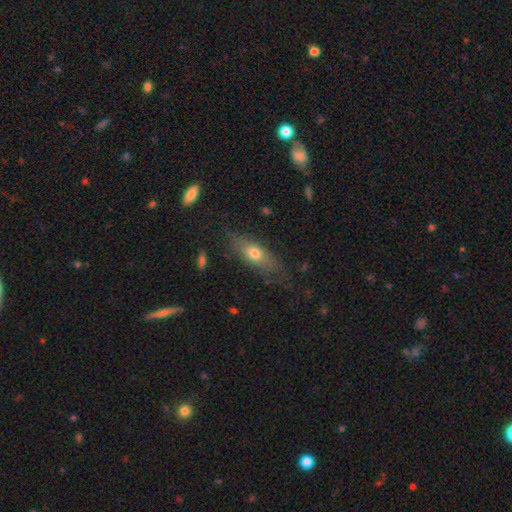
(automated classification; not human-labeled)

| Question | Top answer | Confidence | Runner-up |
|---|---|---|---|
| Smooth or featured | smooth | 55% | featured or disk (36%) |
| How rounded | in between | 57% | cigar-shaped (38%) |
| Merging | none | 70% | minor disturbance (21%) |